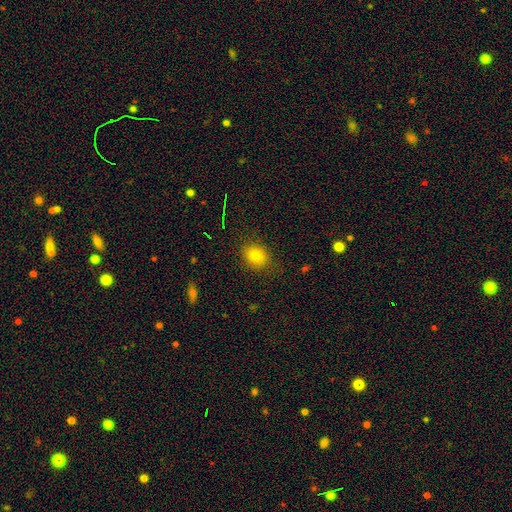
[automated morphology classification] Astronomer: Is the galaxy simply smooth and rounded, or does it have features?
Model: smooth — 78%.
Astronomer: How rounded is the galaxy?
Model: round — 59% (runner-up: in between, 40%).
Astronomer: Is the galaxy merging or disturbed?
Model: none — 84%.